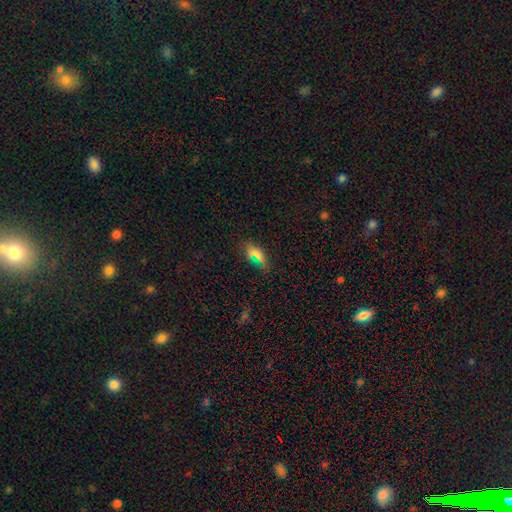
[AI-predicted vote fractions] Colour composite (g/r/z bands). It shows a smooth galaxy with no disk features (65%) that is in between round and cigar-shaped (82%). Merging: none (73%).